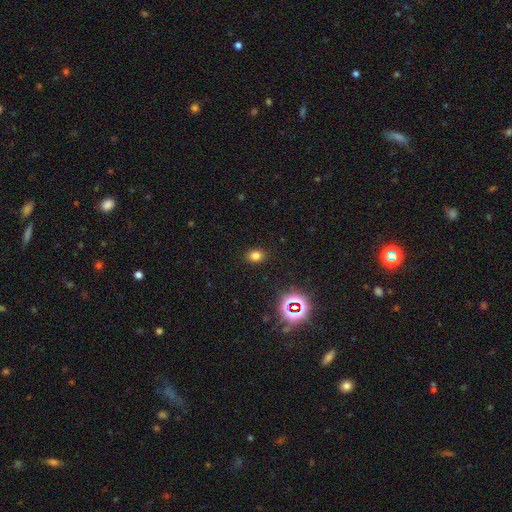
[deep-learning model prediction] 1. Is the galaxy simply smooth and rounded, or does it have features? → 77% smooth, 18% star or artifact, 5% featured or disk.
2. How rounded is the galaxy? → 56% in between, 43% round, 1% cigar-shaped.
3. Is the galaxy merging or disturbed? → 88% none, 8% minor disturbance, 3% major disturbance, 1% merger.